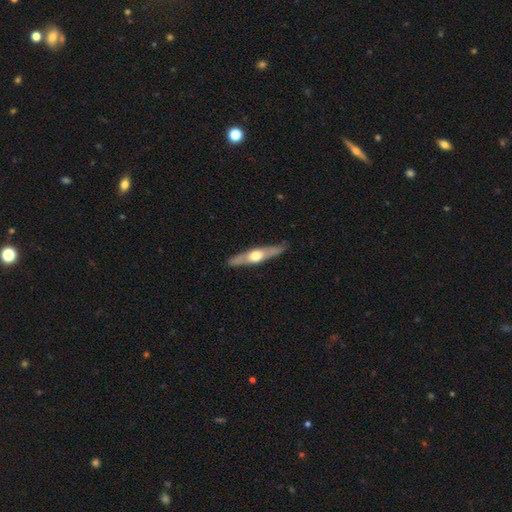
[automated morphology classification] Smooth or featured? Predicted: featured or disk (p=0.62). Edge-on disk? Predicted: yes (p=0.91). Edge-on bulge? Predicted: rounded (p=0.93). Merging? Predicted: none (p=0.87).